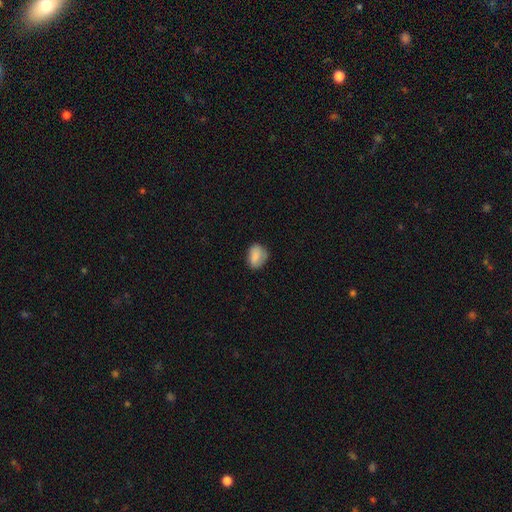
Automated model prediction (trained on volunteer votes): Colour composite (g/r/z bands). It shows a smooth galaxy with no disk features (82%) that is in between round and cigar-shaped (59%). Merging: none (69%).